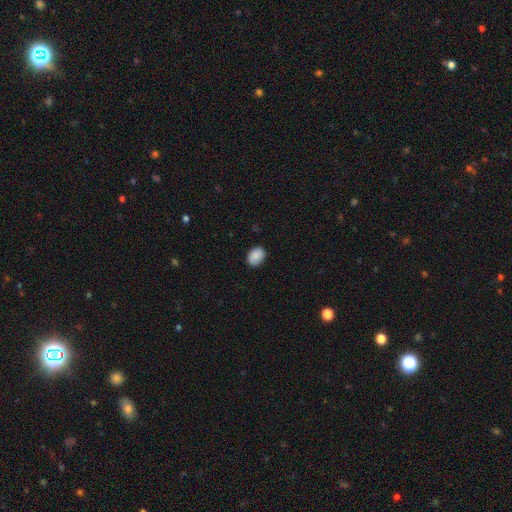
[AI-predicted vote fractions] Q: Smooth or featured?
A: smooth (88%); runner-up: star or artifact (8%)
Q: How rounded?
A: in between (66%); runner-up: round (33%)
Q: Merging?
A: none (84%); runner-up: minor disturbance (12%)